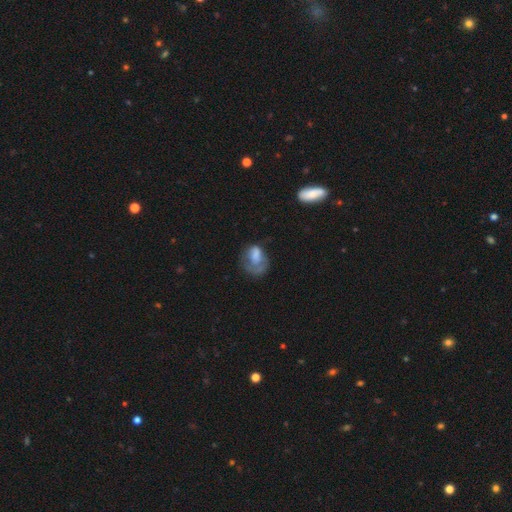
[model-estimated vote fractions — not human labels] Overall: smooth (59%; featured or disk 32%). How rounded: in between (66%; round 32%). Merging: major disturbance (43%; none 29%).